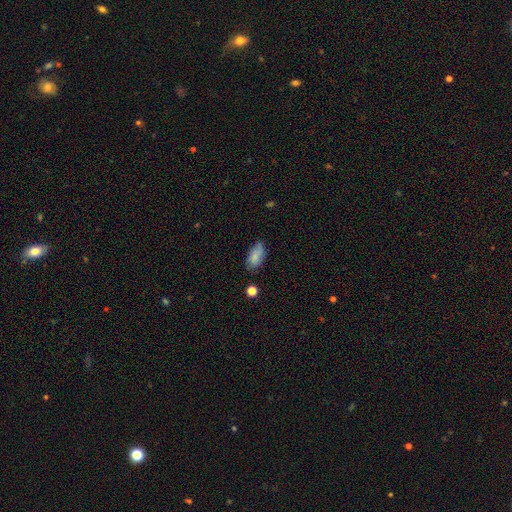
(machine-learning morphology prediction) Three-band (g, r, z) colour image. It shows a smooth galaxy with no disk features (81%) that is in between round and cigar-shaped (91%). Merging: none (70%).